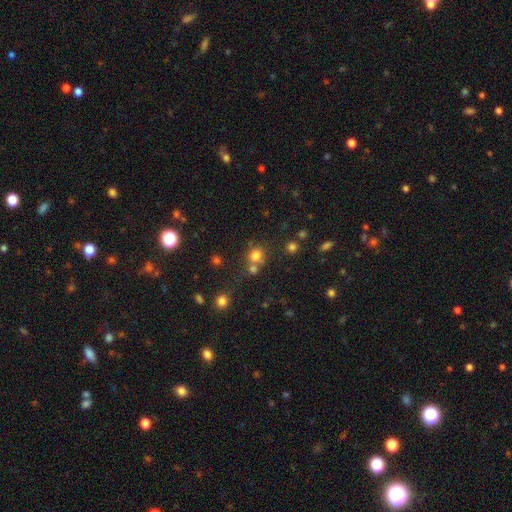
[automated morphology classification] A smooth galaxy with no disk features (76%) that is round (86%). Merging: none (59%).